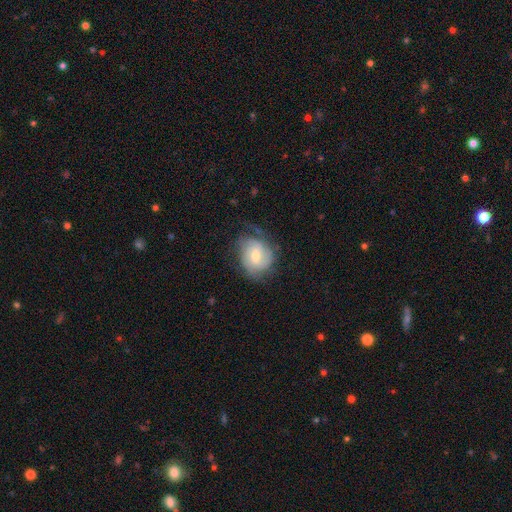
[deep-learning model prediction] smooth_or_featured: featured or disk (p=0.61) [alt: smooth p=0.32]
disk_edge_on: no (p=0.97) [alt: yes p=0.03]
bar: weak (p=0.50) [alt: no p=0.40]
has_spiral_arms: yes (p=0.87) [alt: no p=0.13]
spiral_winding: tight (p=0.47) [alt: medium p=0.38]
spiral_arm_count: 2 (p=0.41) [alt: can't tell p=0.32]
bulge_size: moderate (p=0.61) [alt: small p=0.33]
merging: none (p=0.61) [alt: minor disturbance p=0.26]